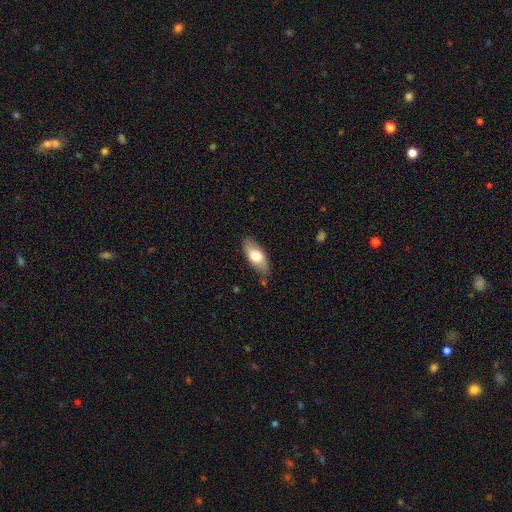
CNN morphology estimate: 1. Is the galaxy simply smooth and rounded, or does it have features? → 70% smooth, 24% featured or disk, 6% star or artifact.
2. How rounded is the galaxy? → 83% in between, 14% cigar-shaped, 3% round.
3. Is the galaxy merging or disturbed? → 81% none, 15% minor disturbance, 3% major disturbance, 2% merger.